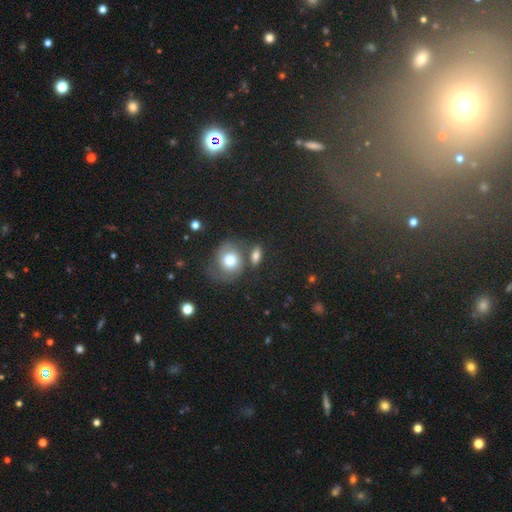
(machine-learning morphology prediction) The model was most divided on "how rounded": in between: 62%, round: 30%, cigar-shaped: 8%. More confident: smooth or featured — smooth (73%); merging — none (59%).